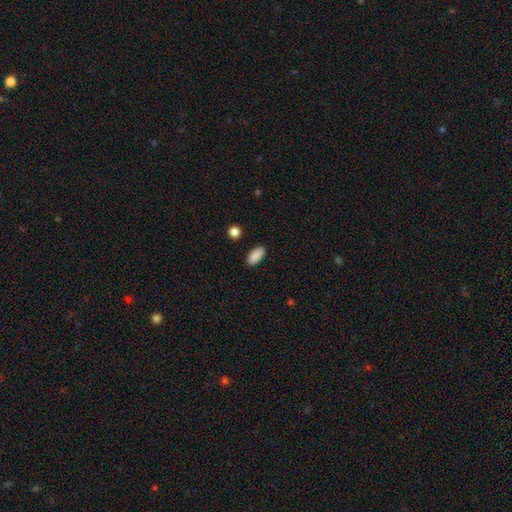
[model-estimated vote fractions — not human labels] The model was most divided on "merging": none: 89%, minor disturbance: 8%, major disturbance: 2%, merger: 1%. More confident: how rounded — in between (89%); smooth or featured — smooth (89%).